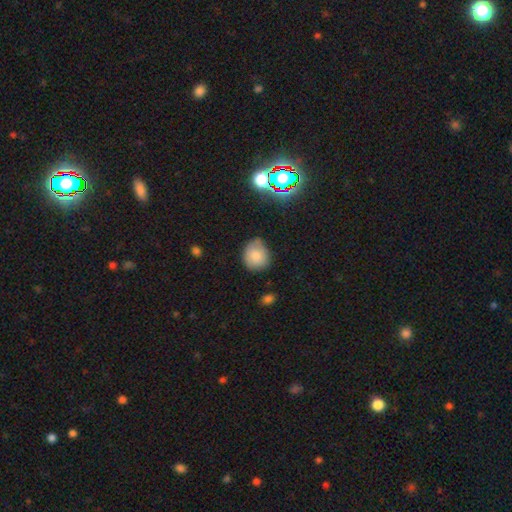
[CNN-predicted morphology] Smooth or featured: smooth — 79% (featured or disk — 10%)
How rounded: round — 74% (in between — 25%)
Merging: none — 65% (minor disturbance — 27%)